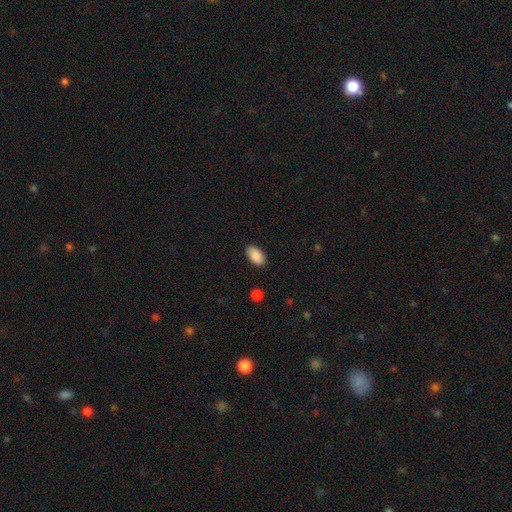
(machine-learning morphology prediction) The model was most divided on "merging": none: 88%, minor disturbance: 9%, major disturbance: 2%, merger: 1%. More confident: how rounded — in between (95%); smooth or featured — smooth (90%).